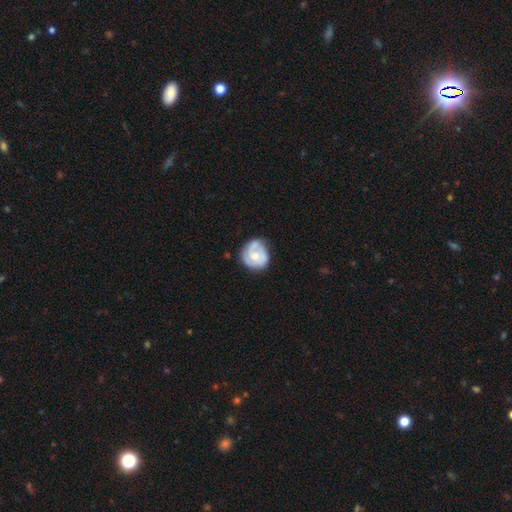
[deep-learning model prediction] Smooth or featured: featured or disk — 62% (smooth — 33%)
Edge-on disk: no — 98% (yes — 2%)
Bar: no — 74% (weak — 23%)
Spiral arms: yes — 75% (no — 25%)
Bulge size: moderate — 61% (small — 31%)
Merging: none — 57% (minor disturbance — 29%)